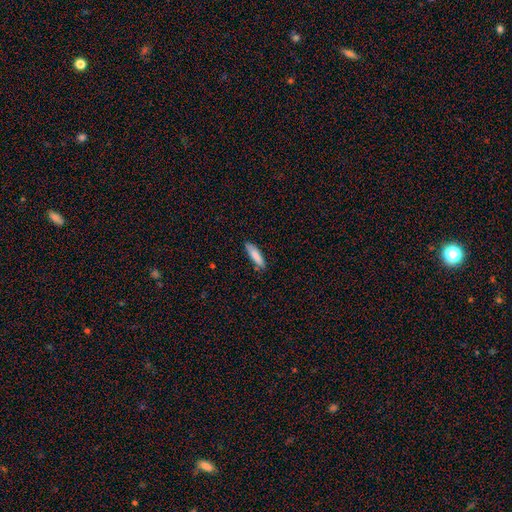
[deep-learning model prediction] Smooth or featured? smooth (85%)
How rounded? cigar-shaped (70%)
Merging? none (82%)